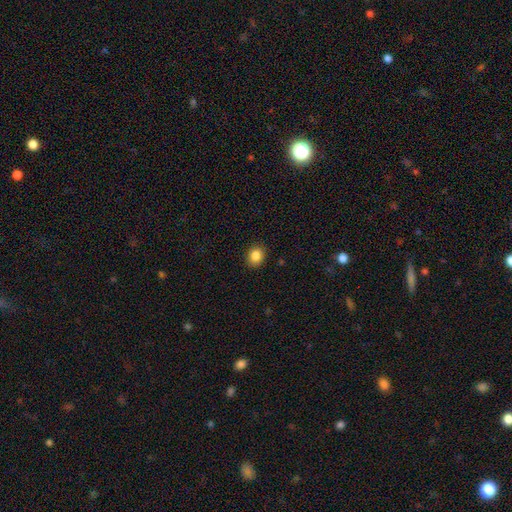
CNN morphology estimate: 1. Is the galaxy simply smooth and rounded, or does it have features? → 85% smooth, 10% star or artifact, 5% featured or disk.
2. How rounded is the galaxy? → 58% round, 41% in between, 1% cigar-shaped.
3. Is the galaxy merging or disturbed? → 90% none, 7% minor disturbance, 2% major disturbance, 1% merger.